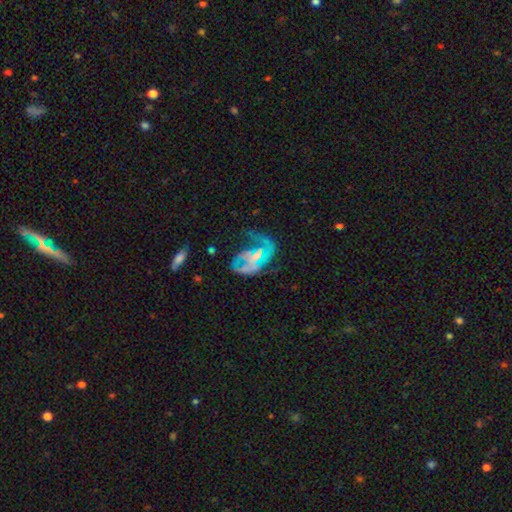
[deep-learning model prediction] Q: Smooth or featured?
A: featured or disk (69%); runner-up: smooth (18%)
Q: Edge-on disk?
A: no (97%); runner-up: yes (3%)
Q: Bar?
A: no (61%); runner-up: weak (29%)
Q: Spiral arms?
A: yes (62%); runner-up: no (38%)
Q: Bulge size?
A: none (34%); runner-up: small (31%)
Q: Merging?
A: major disturbance (46%); runner-up: none (25%)